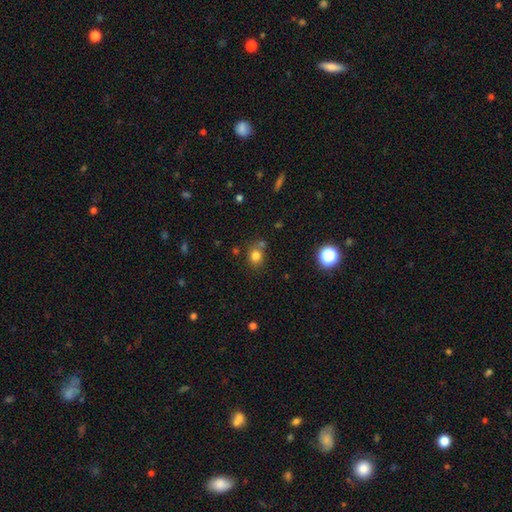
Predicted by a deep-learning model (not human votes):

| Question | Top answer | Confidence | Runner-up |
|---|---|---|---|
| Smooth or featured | smooth | 79% | star or artifact (15%) |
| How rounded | round | 73% | in between (26%) |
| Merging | none | 67% | merger (16%) |